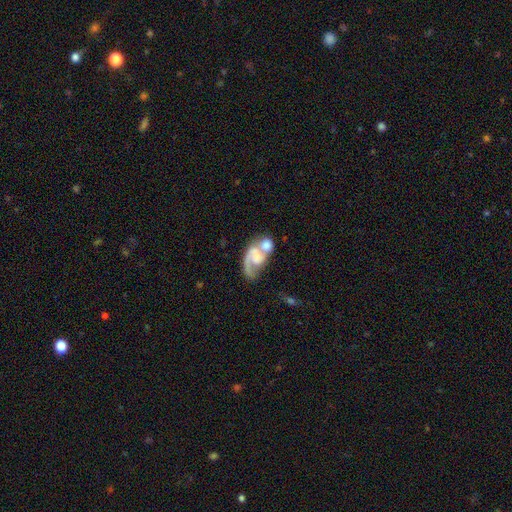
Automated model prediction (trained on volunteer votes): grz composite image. It shows a featured or disk galaxy (71%) with no bar (65%), 1 (51%) medium (41%) spiral arms (85%) and no central bulge (37%). Merging: merger (55%).